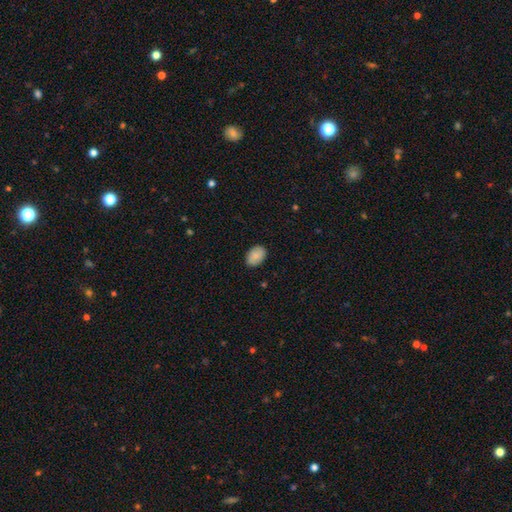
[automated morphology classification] This is clearly a smooth galaxy (84%). How rounded: clearly in between (84%). Merging: clearly none (86%).